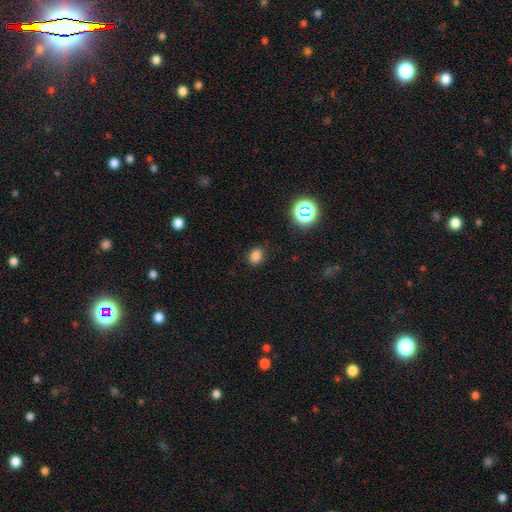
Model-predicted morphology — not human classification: Smooth or featured?
  - smooth: 79% *
  - star or artifact: 16%
  - featured or disk: 5%
How rounded?
  - in between: 57% *
  - round: 42%
  - cigar-shaped: 1%
Merging?
  - none: 85% *
  - minor disturbance: 11%
  - major disturbance: 3%
  - merger: 1%